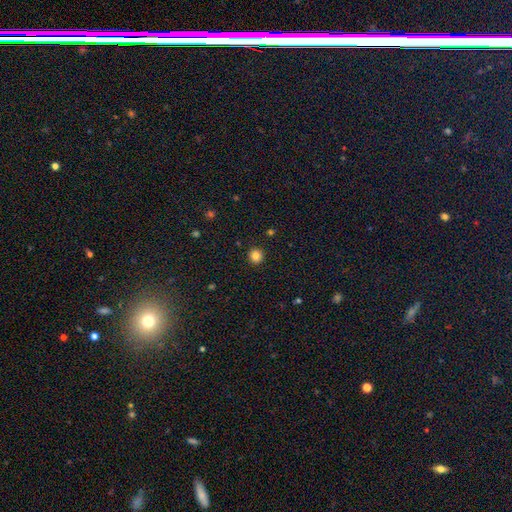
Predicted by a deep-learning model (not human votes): smooth_or_featured: smooth (p=0.84) [alt: star or artifact p=0.12]
how_rounded: round (p=0.93) [alt: in between p=0.06]
merging: none (p=0.92) [alt: minor disturbance p=0.05]